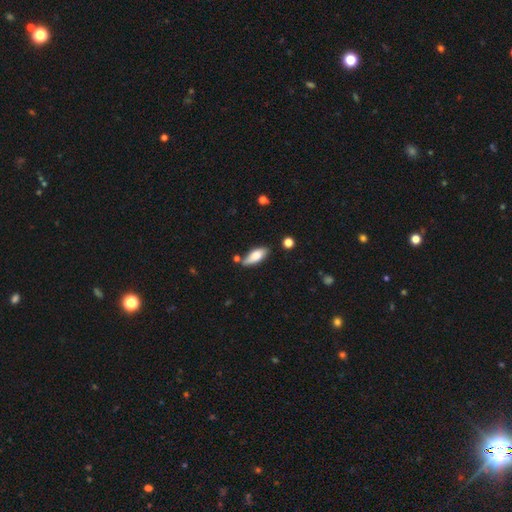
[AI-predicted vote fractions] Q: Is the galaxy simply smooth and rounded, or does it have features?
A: smooth — 75%.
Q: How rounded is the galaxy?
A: in between — 75%.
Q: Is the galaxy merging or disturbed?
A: none — 71%.